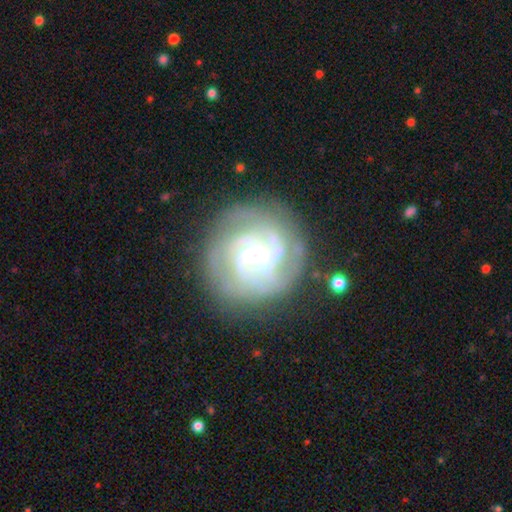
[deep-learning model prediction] This is clearly a featured or disk galaxy (81%). It is clearly not viewed edge-on (98%). Bar: possibly no (57%). Spiral arm pattern: clearly yes (93%). Spiral arm count: marginally can't tell (29%). Spiral winding: likely tight (61%). Central bulge: possibly small (58%). Merging: likely none (79%).